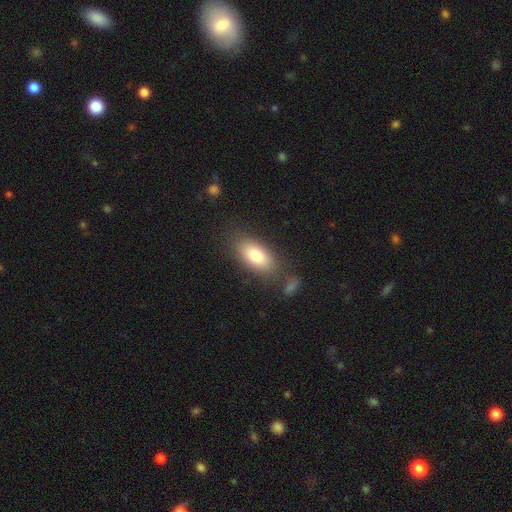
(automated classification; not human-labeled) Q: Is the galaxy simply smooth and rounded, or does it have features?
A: smooth — 78%.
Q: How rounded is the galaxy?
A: in between — 89%.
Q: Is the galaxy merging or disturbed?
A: none — 75%.